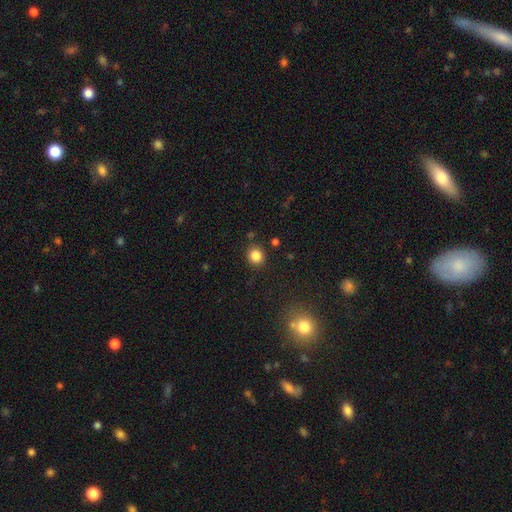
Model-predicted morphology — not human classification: The model was most divided on "how rounded": round: 85%, in between: 14%, cigar-shaped: 1%. More confident: merging — none (87%); smooth or featured — smooth (84%).